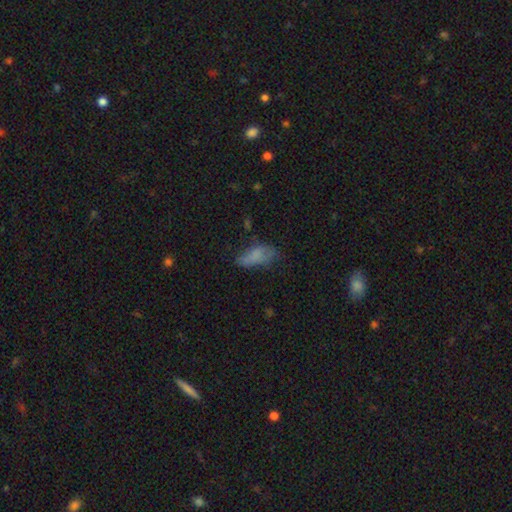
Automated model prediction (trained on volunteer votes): Morphology: type=smooth (71%); roundness=in between (81%); merging=none (44%).